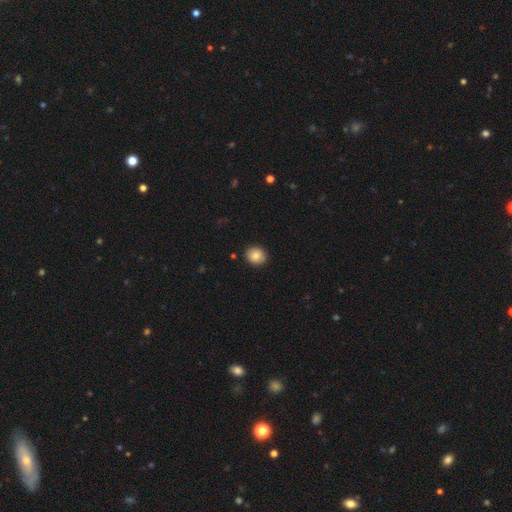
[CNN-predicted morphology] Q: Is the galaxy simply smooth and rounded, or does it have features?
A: smooth — 84%.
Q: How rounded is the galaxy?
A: round — 73%.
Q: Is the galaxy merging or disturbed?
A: none — 90%.